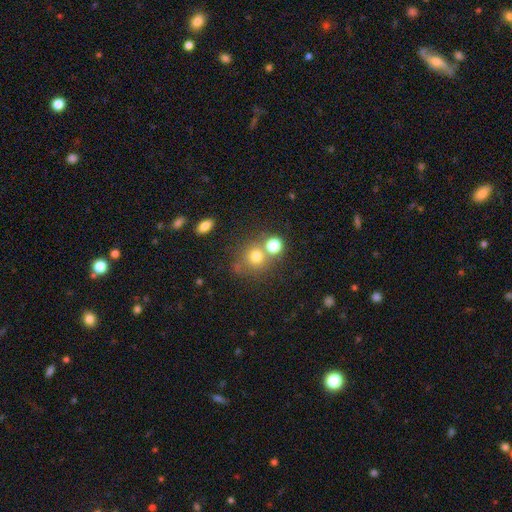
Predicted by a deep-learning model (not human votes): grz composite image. It shows a smooth galaxy with no disk features (73%) that is round (85%). Merging: none (56%).